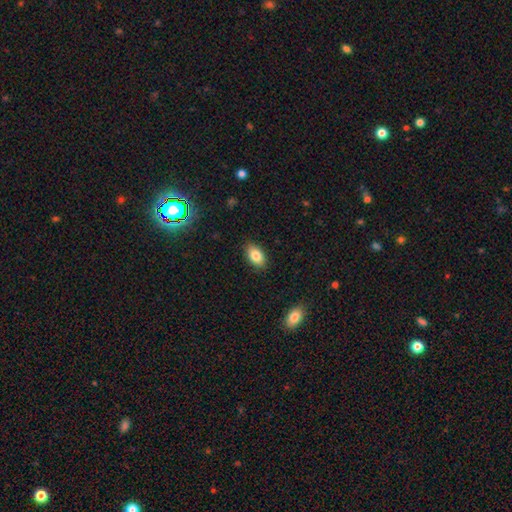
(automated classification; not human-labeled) This is clearly a smooth galaxy (83%). How rounded: clearly in between (91%). Merging: clearly none (87%).